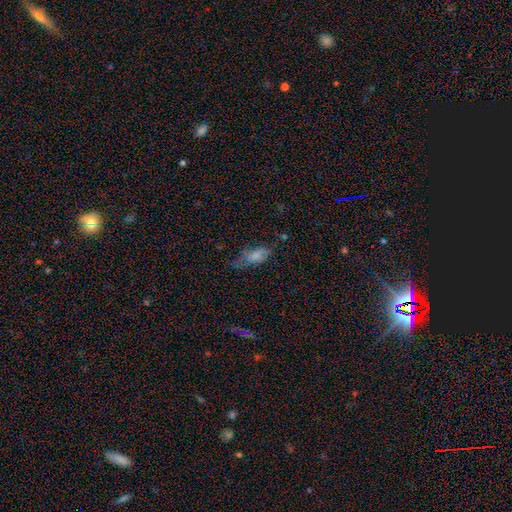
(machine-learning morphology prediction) Smooth or featured? smooth (72%)
How rounded? in between (82%)
Merging? none (42%)